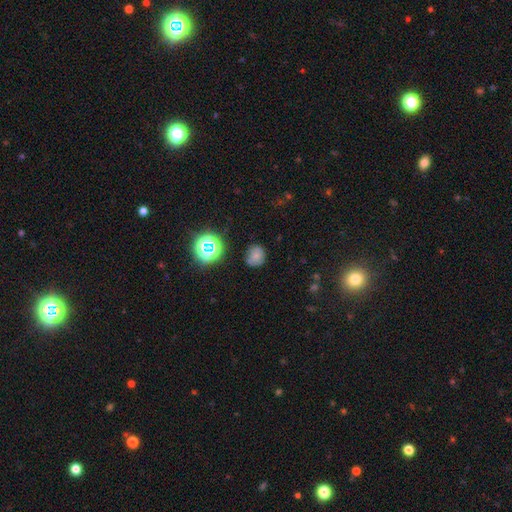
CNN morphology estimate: smooth-or-featured: smooth: 67% | star or artifact: 21% | featured or disk: 12%
  how-rounded: round: 72% | in between: 27% | cigar-shaped: 1%
  merging: none: 70% | minor disturbance: 21% | major disturbance: 6% | merger: 3%